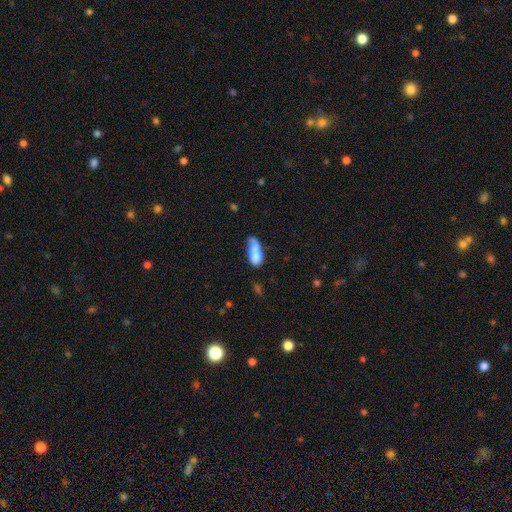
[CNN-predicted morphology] Smooth or featured: smooth — 69% (featured or disk — 22%)
How rounded: in between — 75% (cigar-shaped — 21%)
Merging: merger — 38% (none — 26%)